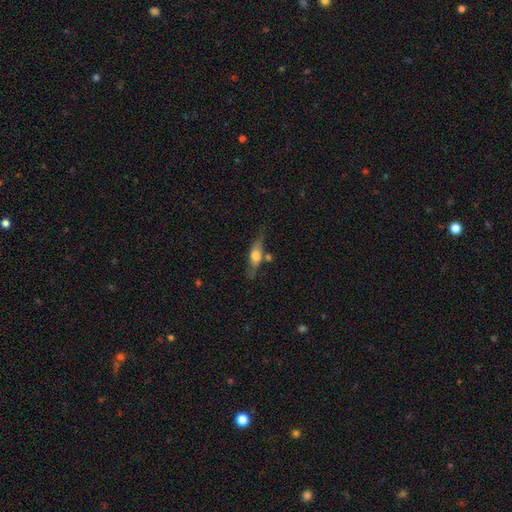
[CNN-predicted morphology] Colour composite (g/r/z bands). It shows a smooth galaxy with no disk features (49%). Merging: none (63%).